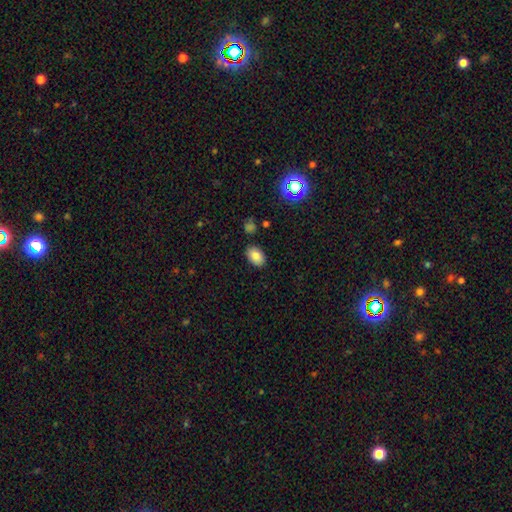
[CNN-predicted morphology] The model was most divided on "smooth or featured": smooth: 82%, star or artifact: 10%, featured or disk: 9%. More confident: how rounded — in between (87%); merging — none (86%).